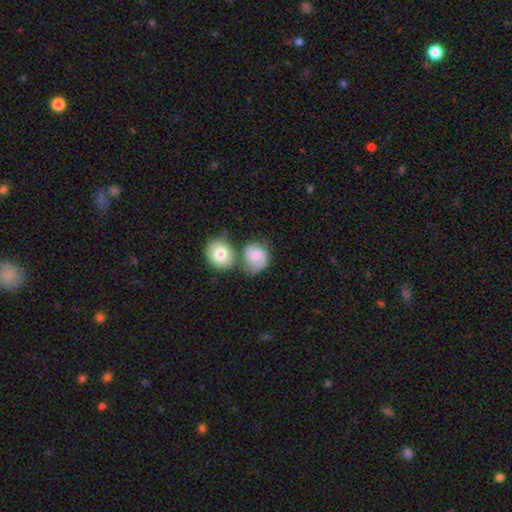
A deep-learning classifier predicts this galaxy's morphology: The model was most divided on "merging": merger: 35%, none: 34%, minor disturbance: 20%, major disturbance: 11%. More confident: how rounded — round (69%); smooth or featured — smooth (66%).